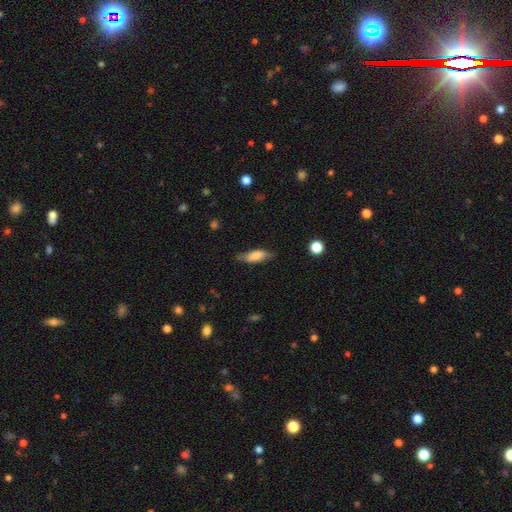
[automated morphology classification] Smooth or featured: smooth — 77% (featured or disk — 16%)
How rounded: in between — 60% (cigar-shaped — 38%)
Merging: none — 73% (minor disturbance — 20%)